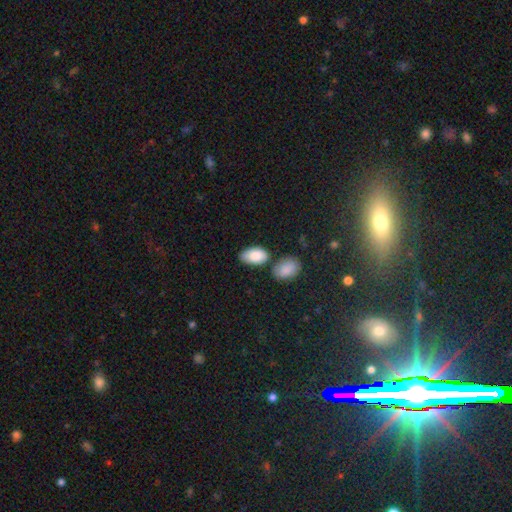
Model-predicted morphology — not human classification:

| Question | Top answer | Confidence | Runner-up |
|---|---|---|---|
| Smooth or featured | smooth | 86% | featured or disk (8%) |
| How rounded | in between | 94% | round (4%) |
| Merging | none | 62% | minor disturbance (19%) |